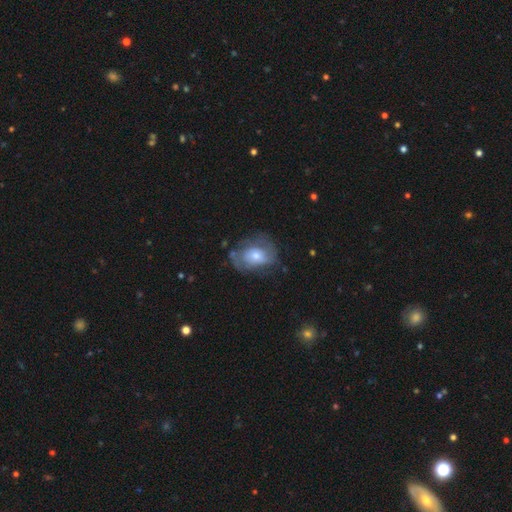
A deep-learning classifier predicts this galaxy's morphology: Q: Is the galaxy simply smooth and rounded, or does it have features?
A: featured or disk — 55%.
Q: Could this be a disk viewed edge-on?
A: no — 95%.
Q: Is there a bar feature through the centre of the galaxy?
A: no — 76%.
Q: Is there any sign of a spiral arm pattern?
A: yes — 63%.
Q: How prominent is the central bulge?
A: moderate — 49%.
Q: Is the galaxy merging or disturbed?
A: none — 55%.